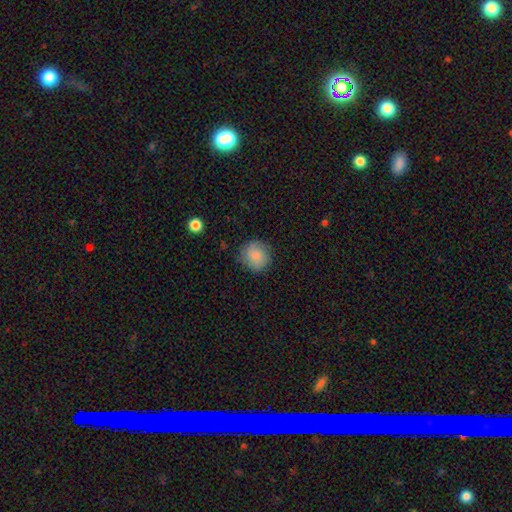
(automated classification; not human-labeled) Smooth or featured? Predicted: smooth (p=0.79). How rounded? Predicted: round (p=0.89). Merging? Predicted: none (p=0.78).